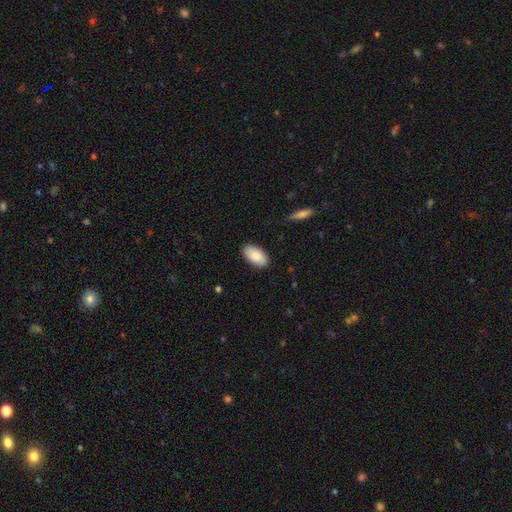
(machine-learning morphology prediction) Q: Smooth or featured?
A: smooth (87%); runner-up: featured or disk (7%)
Q: How rounded?
A: in between (95%); runner-up: round (3%)
Q: Merging?
A: none (86%); runner-up: minor disturbance (11%)